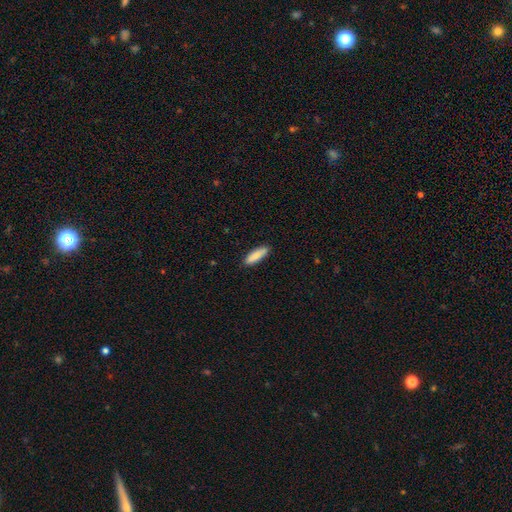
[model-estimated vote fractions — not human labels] smooth 89%, featured or disk 6%, star or artifact 6%. Down the decision tree: how rounded — in between (51%); merging — none (88%).